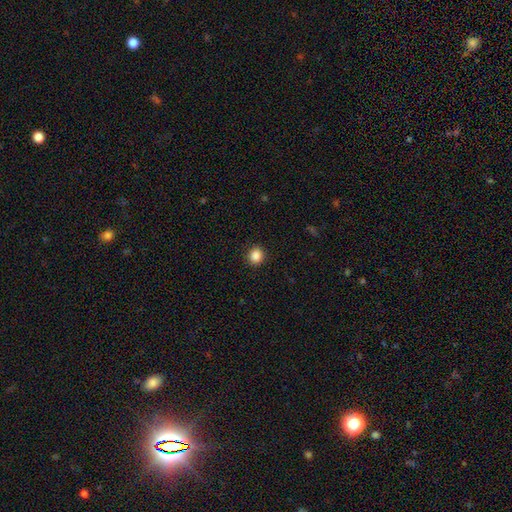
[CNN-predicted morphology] type=smooth (87%); roundness=round (83%); merging=none (91%).